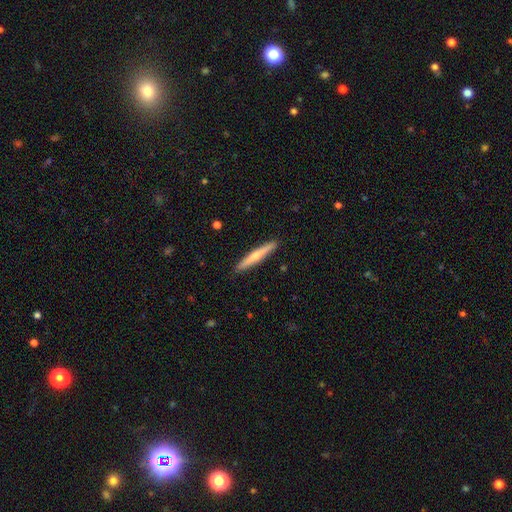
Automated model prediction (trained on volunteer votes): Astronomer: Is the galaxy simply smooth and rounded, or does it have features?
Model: featured or disk — 49% (runner-up: smooth, 46%).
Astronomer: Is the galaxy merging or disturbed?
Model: none — 91%.